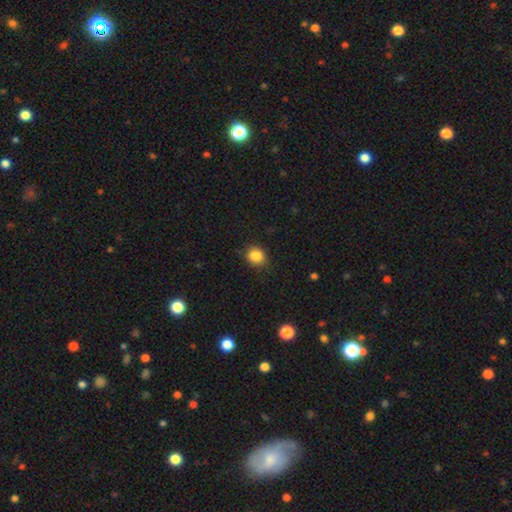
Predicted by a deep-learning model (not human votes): Smooth or featured? Predicted: smooth (p=0.85). How rounded? Predicted: round (p=0.72). Merging? Predicted: none (p=0.80).